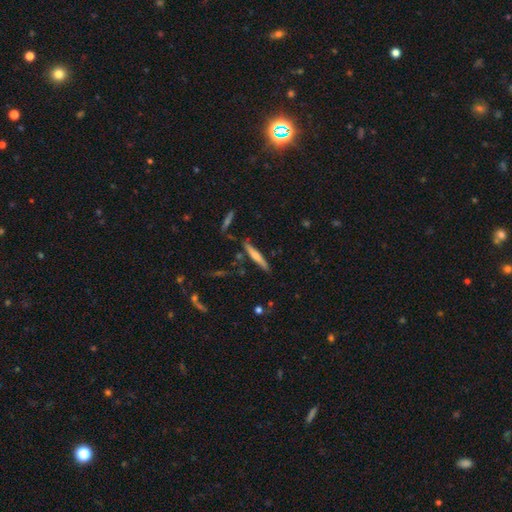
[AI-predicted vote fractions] Overall: smooth (51%; featured or disk 43%). How rounded: cigar-shaped (93%). Merging: none (83%).